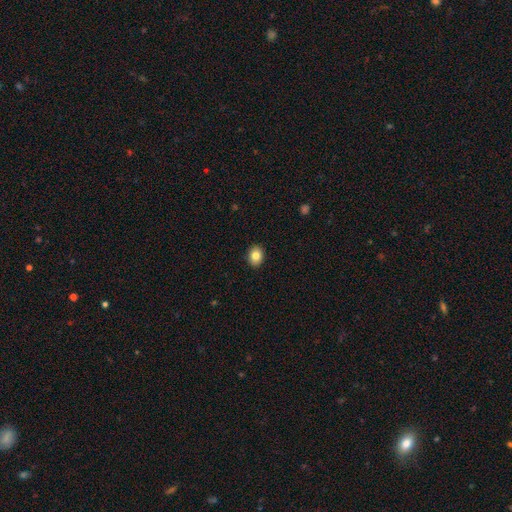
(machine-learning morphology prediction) The model was most divided on "how rounded": in between: 58%, round: 41%, cigar-shaped: 1%. More confident: merging — none (91%); smooth or featured — smooth (83%).